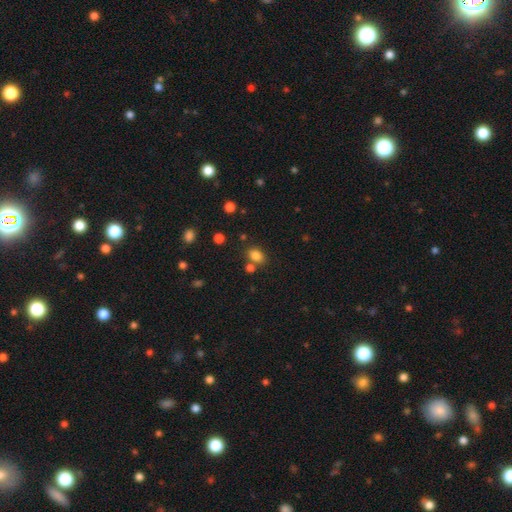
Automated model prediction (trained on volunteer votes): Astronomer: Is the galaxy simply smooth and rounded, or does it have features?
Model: smooth — 82%.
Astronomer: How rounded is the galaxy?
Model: in between — 70%.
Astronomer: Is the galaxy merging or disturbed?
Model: none — 69%.